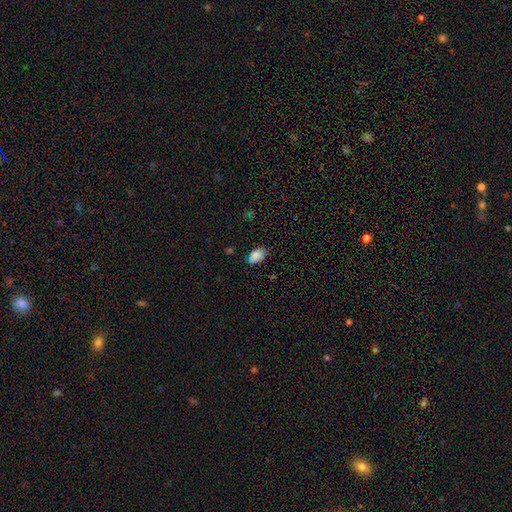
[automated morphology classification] smooth-or-featured: smooth: 86% | star or artifact: 10% | featured or disk: 5%
  how-rounded: in between: 91% | round: 8% | cigar-shaped: 1%
  merging: none: 75% | minor disturbance: 20% | major disturbance: 3% | merger: 2%